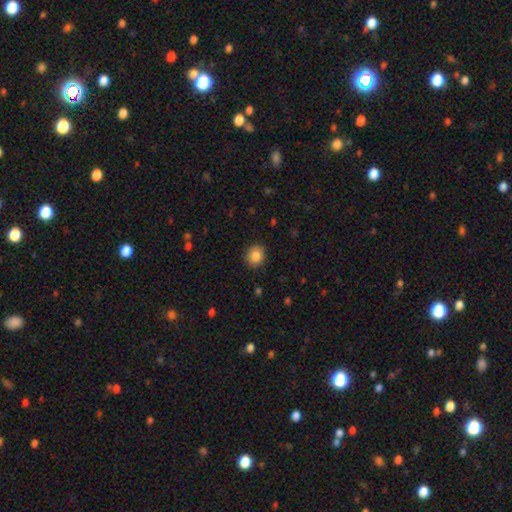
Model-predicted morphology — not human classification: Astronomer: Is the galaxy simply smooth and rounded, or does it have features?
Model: smooth — 85%.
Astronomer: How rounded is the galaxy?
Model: round — 81%.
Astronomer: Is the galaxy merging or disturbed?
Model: none — 90%.